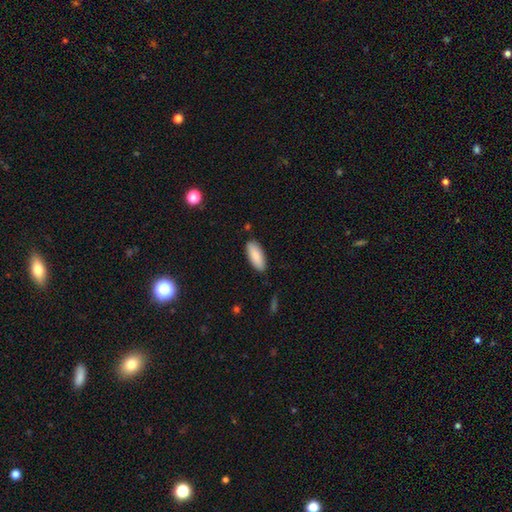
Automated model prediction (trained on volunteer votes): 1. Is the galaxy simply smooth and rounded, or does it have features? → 88% smooth, 6% featured or disk, 6% star or artifact.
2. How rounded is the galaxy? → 79% in between, 19% cigar-shaped, 2% round.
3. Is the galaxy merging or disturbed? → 87% none, 10% minor disturbance, 2% major disturbance, 1% merger.